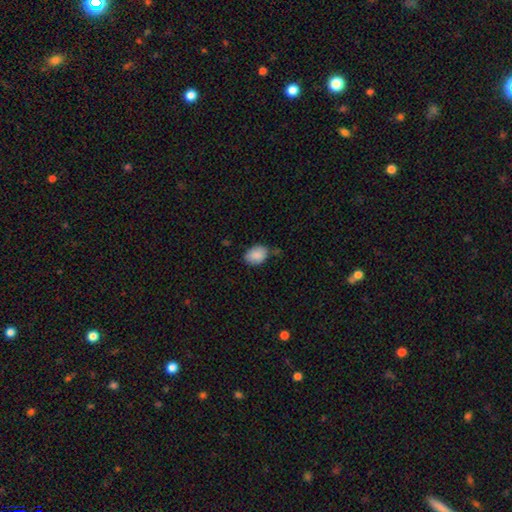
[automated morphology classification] A smooth galaxy with no disk features (88%) that is in between round and cigar-shaped (75%).

Vote fractions:
- Smooth or featured? smooth: 88% / star or artifact: 7% / featured or disk: 5%
- How rounded? in between: 75% / round: 24% / cigar-shaped: 1%
- Merging? none: 65% / minor disturbance: 25% / major disturbance: 5% / merger: 5%